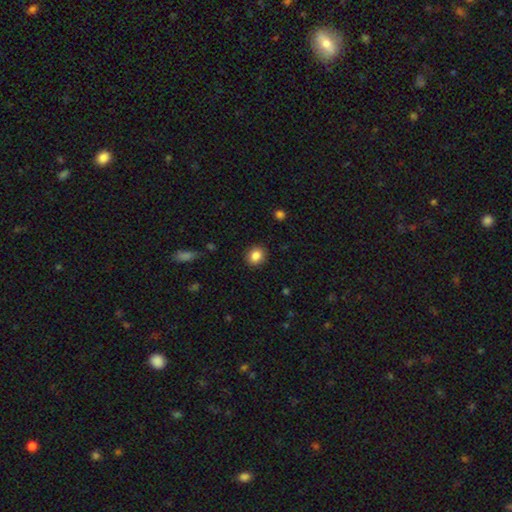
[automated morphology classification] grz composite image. It shows a smooth galaxy with no disk features (85%) that is round (76%). Merging: none (90%).